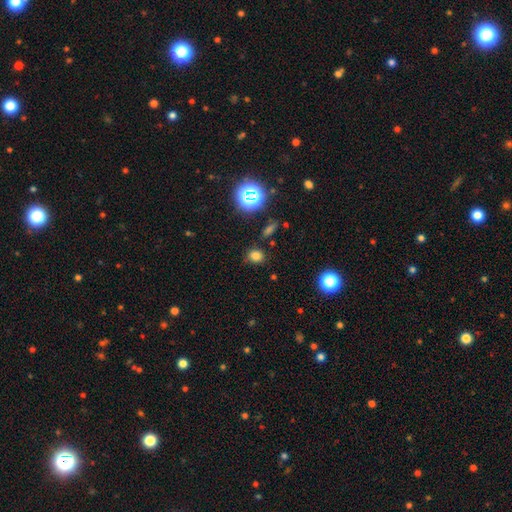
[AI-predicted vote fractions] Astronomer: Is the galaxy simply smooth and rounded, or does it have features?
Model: smooth — 74%.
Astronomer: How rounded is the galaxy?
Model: round — 67%.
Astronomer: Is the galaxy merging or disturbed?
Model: none — 79%.